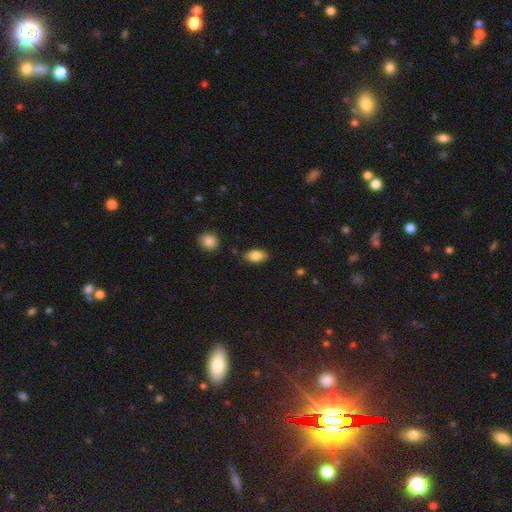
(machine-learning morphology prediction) Smooth or featured: smooth — 84% (featured or disk — 8%)
How rounded: in between — 90% (round — 6%)
Merging: none — 84% (minor disturbance — 11%)